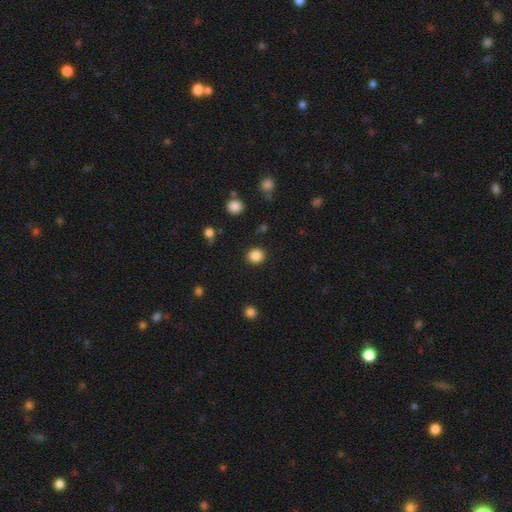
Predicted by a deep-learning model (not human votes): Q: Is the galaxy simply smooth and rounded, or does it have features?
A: smooth — 86%.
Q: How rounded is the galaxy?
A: round — 78%.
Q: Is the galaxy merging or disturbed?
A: none — 90%.